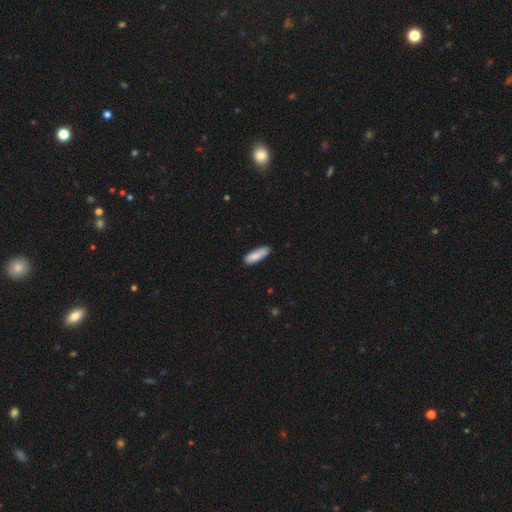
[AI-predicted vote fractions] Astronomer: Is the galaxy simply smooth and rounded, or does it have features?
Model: smooth — 86%.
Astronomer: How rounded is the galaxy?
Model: cigar-shaped — 51% (runner-up: in between, 48%).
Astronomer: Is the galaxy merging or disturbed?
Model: none — 77%.